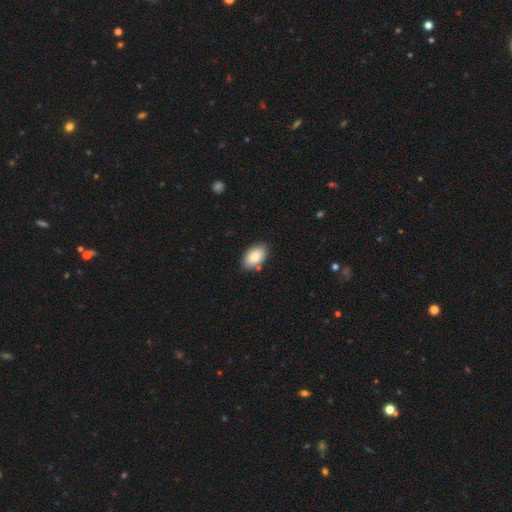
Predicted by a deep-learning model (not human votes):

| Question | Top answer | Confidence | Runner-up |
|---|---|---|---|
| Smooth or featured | smooth | 85% | featured or disk (8%) |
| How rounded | in between | 94% | round (5%) |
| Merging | none | 83% | minor disturbance (11%) |